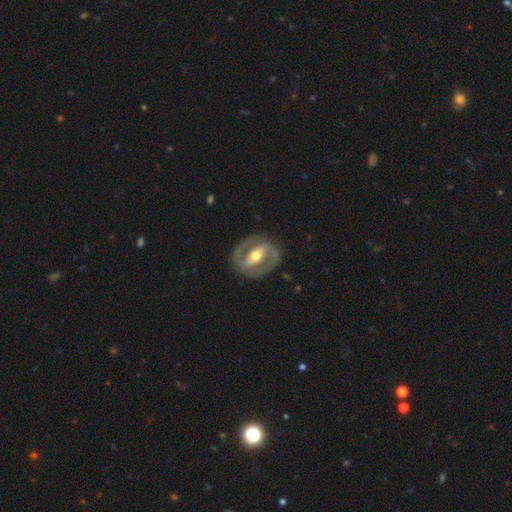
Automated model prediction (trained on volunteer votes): A featured or disk galaxy (87%) with a strong bar (65%), 2 (91%) medium (47%) spiral arms (86%) and a moderate central bulge (69%). Merging: none (86%).